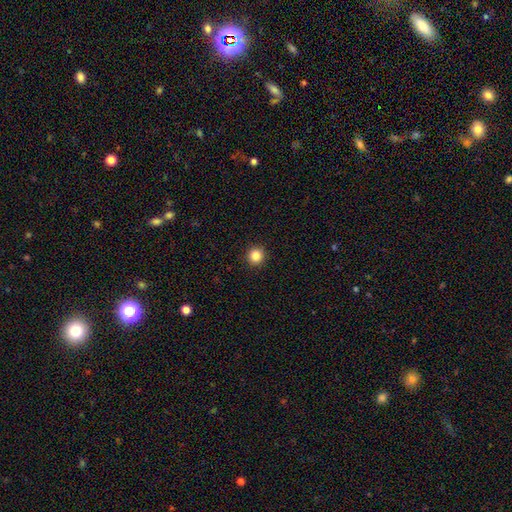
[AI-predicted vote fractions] This appears to be a smooth galaxy with no disk features (84%) that is round (96%). Merging: none (94%).